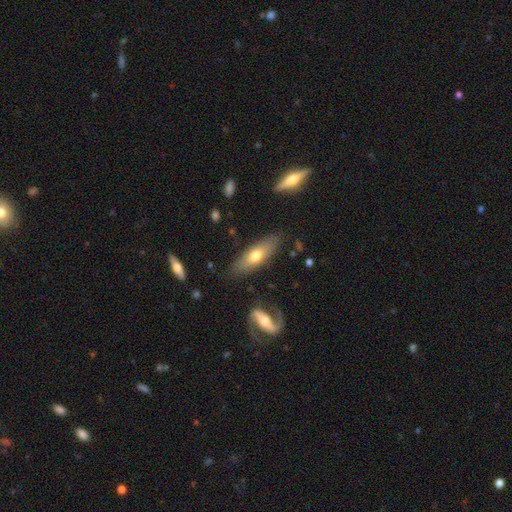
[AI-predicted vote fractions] Overall: smooth (59%; featured or disk 35%). How rounded: in between (56%; cigar-shaped 42%). Merging: none (79%).